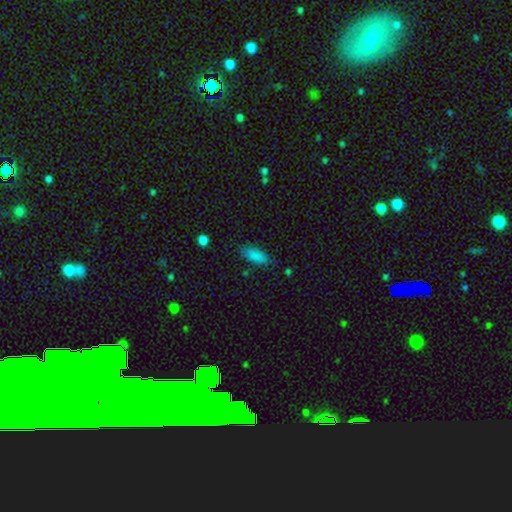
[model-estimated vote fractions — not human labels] Smooth or featured: smooth — 87% (star or artifact — 8%)
How rounded: in between — 81% (cigar-shaped — 17%)
Merging: none — 77% (minor disturbance — 18%)